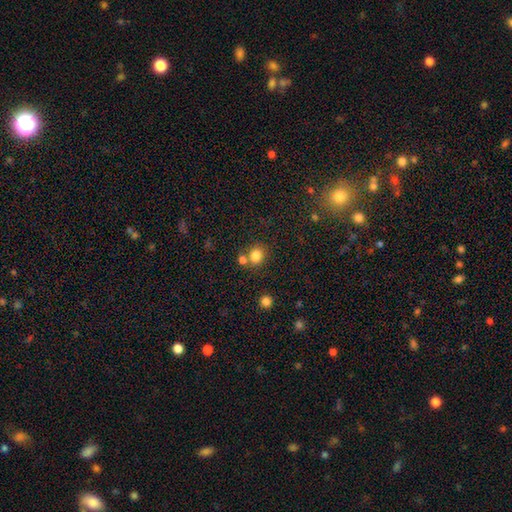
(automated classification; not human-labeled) Overall: smooth (82%). How rounded: round (74%). Merging: none (68%).